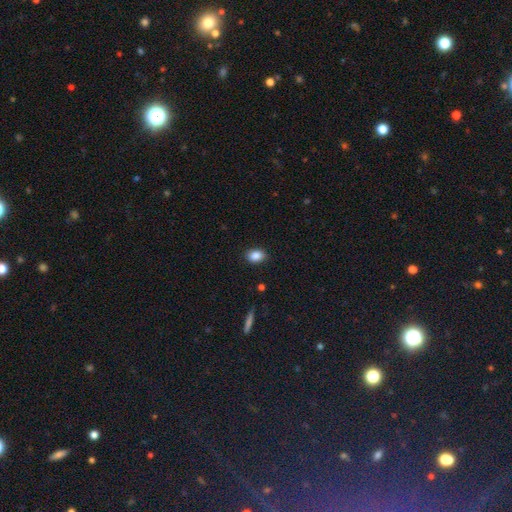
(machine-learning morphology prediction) A smooth galaxy with no disk features (87%) that is in between round and cigar-shaped (75%).

Vote fractions:
- Smooth or featured? smooth: 87% / star or artifact: 9% / featured or disk: 5%
- How rounded? in between: 75% / round: 24% / cigar-shaped: 1%
- Merging? none: 88% / minor disturbance: 9% / major disturbance: 2% / merger: 1%